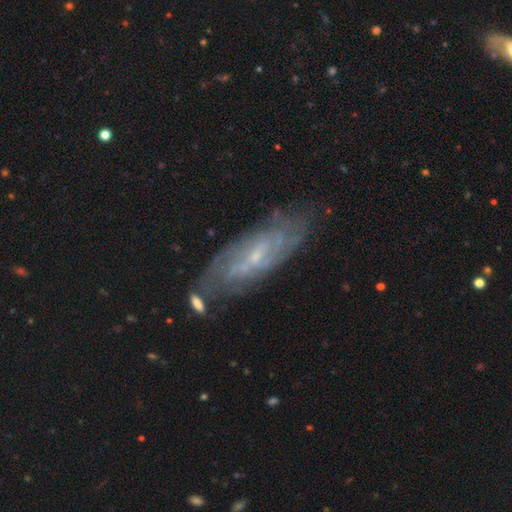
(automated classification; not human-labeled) featured or disk 76%, smooth 16%, star or artifact 8%. Down the decision tree: edge-on disk — no (82%); bar — weak (45%); spiral arms — yes (87%); spiral arm count — can't tell (54%); spiral winding — tight (58%); bulge size — small (77%); merging — none (77%).